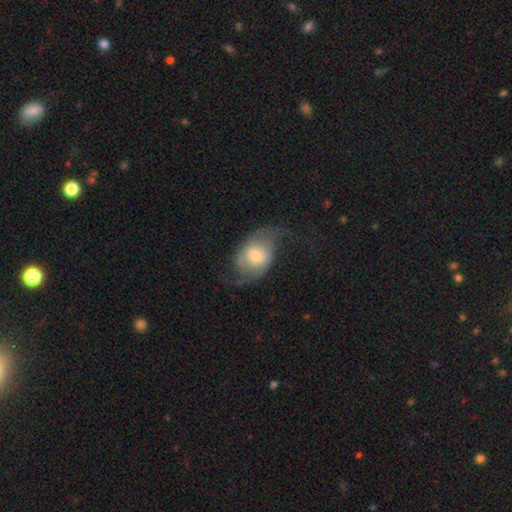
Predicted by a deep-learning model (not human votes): Smooth or featured?
  - featured or disk: 68% *
  - smooth: 26%
  - star or artifact: 7%
Edge-on disk?
  - no: 95% *
  - yes: 5%
Bar?
  - no: 61% *
  - weak: 31%
  - strong: 8%
Spiral arms?
  - yes: 88% *
  - no: 12%
Spiral winding?
  - loose: 63% *
  - medium: 28%
  - tight: 8%
Spiral arm count?
  - 2: 88% *
  - can't tell: 5%
  - 1: 3%
  - 3: 1%
  - 4: 1%
  - more than 4: 1%
Bulge size?
  - moderate: 47% *
  - small: 37%
  - large: 11%
  - dominant: 3%
  - none: 2%
Merging?
  - none: 52% *
  - major disturbance: 27%
  - minor disturbance: 20%
  - merger: 2%